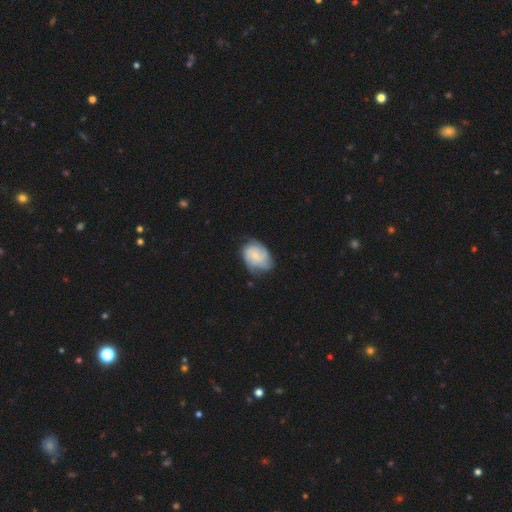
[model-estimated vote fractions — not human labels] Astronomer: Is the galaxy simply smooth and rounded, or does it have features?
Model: featured or disk — 63%.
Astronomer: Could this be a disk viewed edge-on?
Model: no — 98%.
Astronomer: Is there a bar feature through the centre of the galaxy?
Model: no — 71%.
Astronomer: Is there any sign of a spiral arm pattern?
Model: yes — 90%.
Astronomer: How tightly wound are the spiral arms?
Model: tight — 50% (runner-up: medium, 37%).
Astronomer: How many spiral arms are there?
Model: can't tell — 33% (runner-up: 3, 27%).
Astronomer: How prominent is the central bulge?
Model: small — 64%.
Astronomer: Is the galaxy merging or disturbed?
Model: none — 60%.